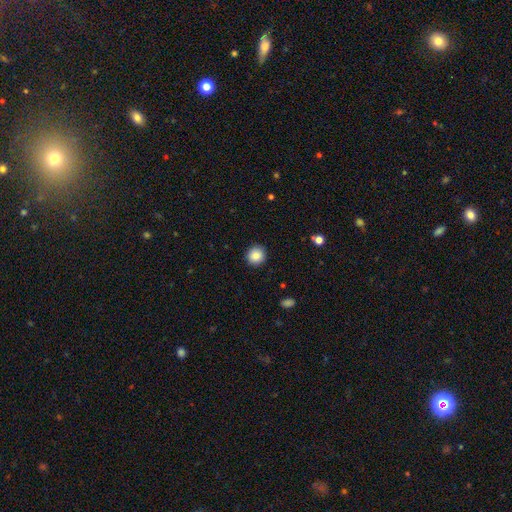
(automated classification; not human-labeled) Smooth or featured? smooth (86%)
How rounded? round (93%)
Merging? none (92%)